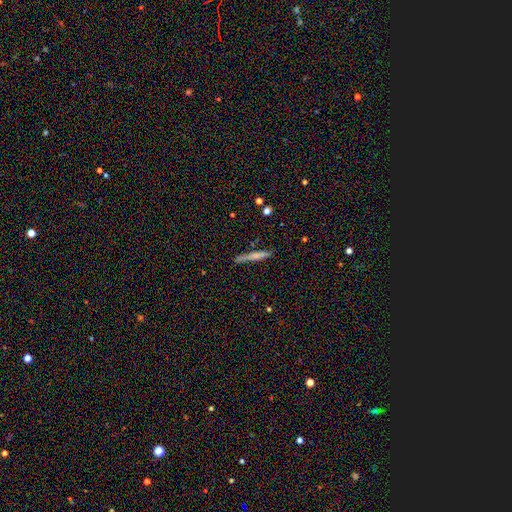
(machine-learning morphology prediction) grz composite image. It shows a smooth galaxy with no disk features (62%) that is cigar-shaped (95%). Merging: none (81%).